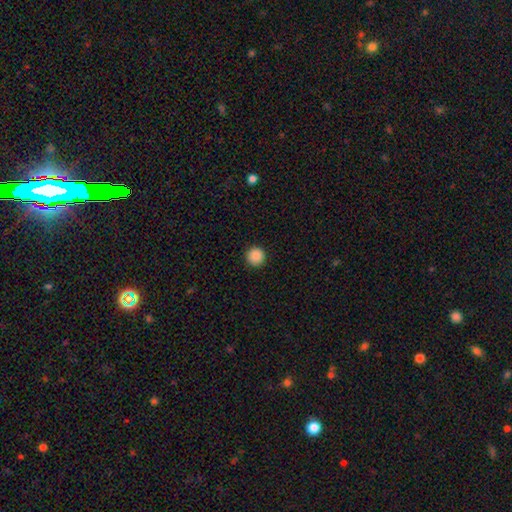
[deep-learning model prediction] This is clearly a smooth galaxy (88%). How rounded: clearly round (95%). Merging: clearly none (92%).